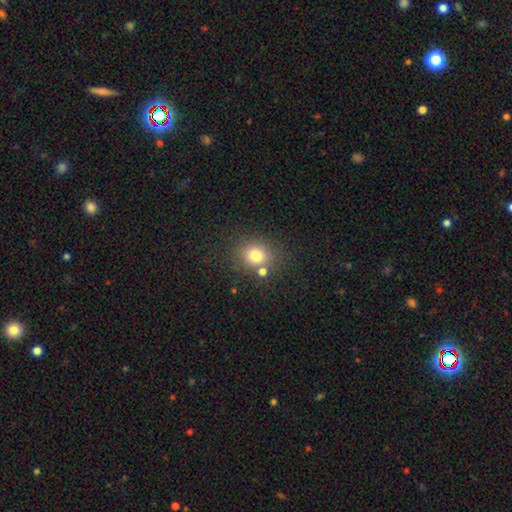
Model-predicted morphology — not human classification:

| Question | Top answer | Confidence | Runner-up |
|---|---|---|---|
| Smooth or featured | smooth | 77% | star or artifact (14%) |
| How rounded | round | 78% | in between (21%) |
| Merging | none | 71% | merger (15%) |